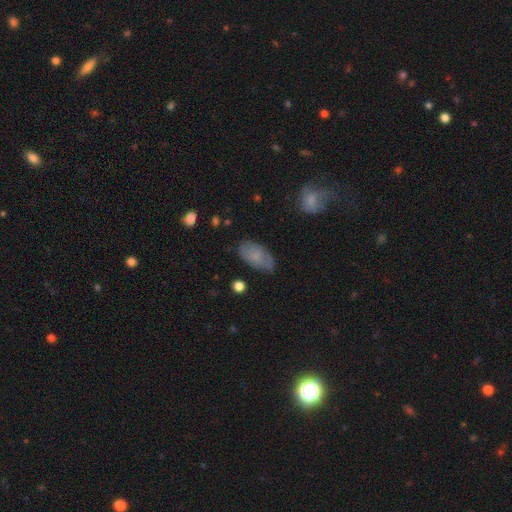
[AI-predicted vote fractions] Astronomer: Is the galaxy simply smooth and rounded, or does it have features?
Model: smooth — 73%.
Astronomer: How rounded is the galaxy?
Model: in between — 94%.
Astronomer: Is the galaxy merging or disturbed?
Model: none — 73%.